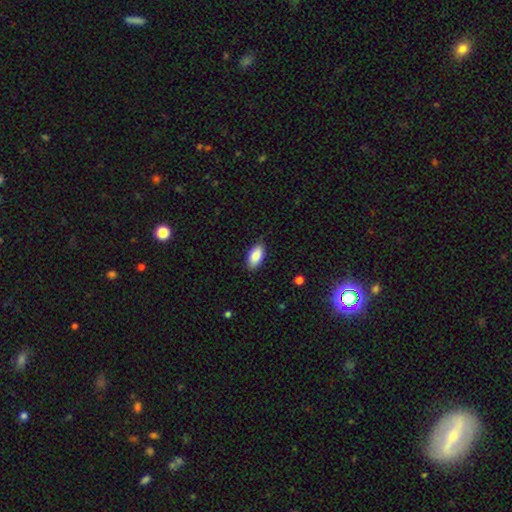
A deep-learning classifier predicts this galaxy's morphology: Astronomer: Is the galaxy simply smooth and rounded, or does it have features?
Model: smooth — 85%.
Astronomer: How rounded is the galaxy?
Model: in between — 93%.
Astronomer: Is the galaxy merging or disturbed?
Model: none — 85%.